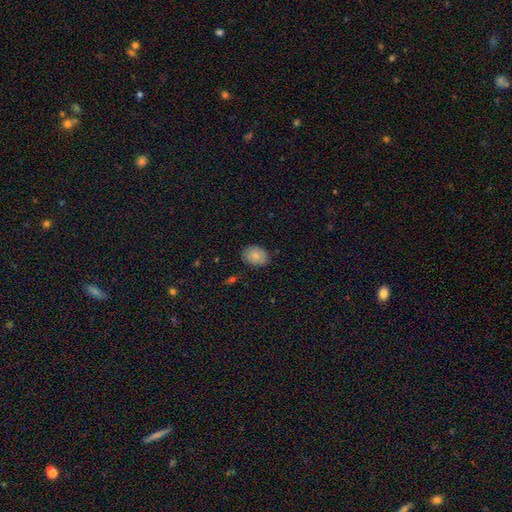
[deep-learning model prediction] Smooth or featured: smooth — 83% (featured or disk — 9%)
How rounded: in between — 65% (round — 34%)
Merging: none — 84% (minor disturbance — 13%)